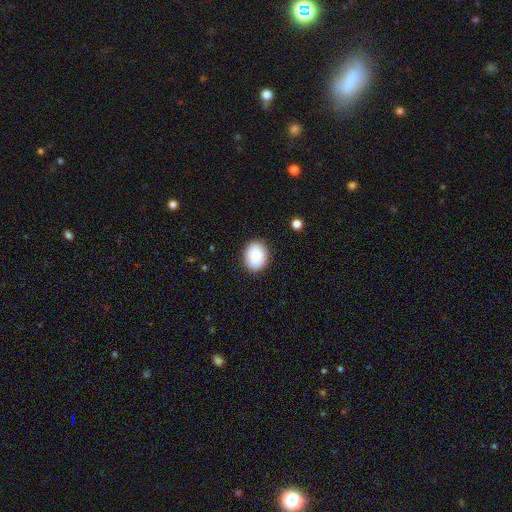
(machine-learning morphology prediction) A smooth galaxy with no disk features (87%) that is round (50%). Merging: none (87%).